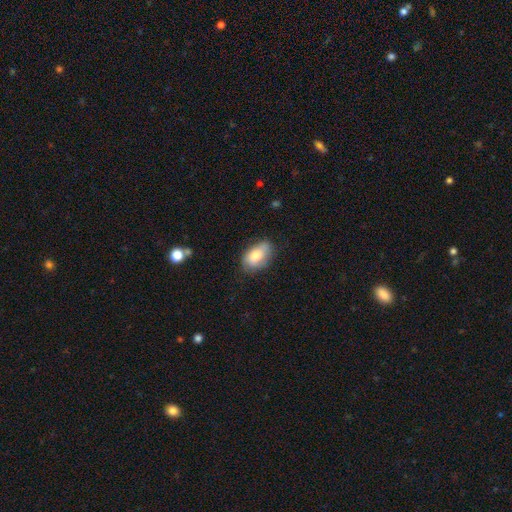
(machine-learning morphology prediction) A smooth galaxy with no disk features (77%) that is in between round and cigar-shaped (90%). Merging: none (65%).